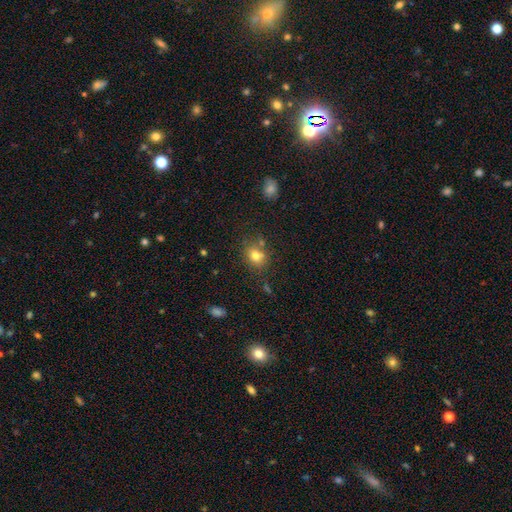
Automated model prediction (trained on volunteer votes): Morphology: type=smooth (77%); roundness=round (60%); merging=none (69%).